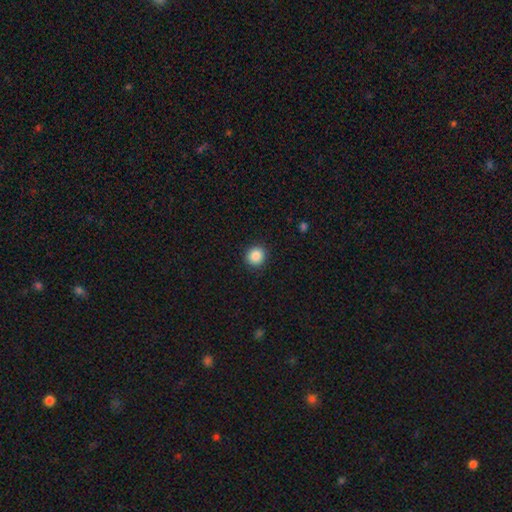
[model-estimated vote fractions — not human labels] Morphology: type=smooth (88%); roundness=round (90%); merging=none (91%).